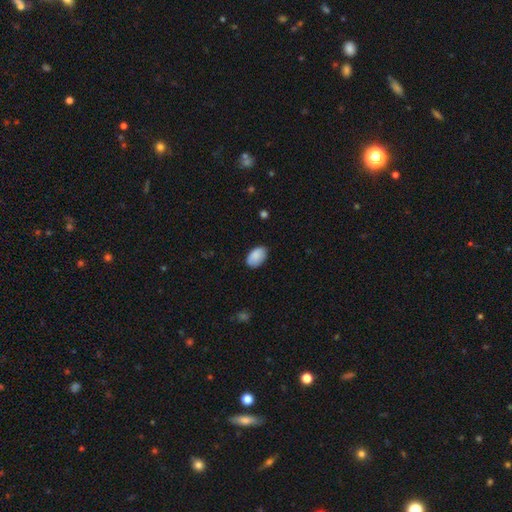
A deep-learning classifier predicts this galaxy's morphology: smooth 88%, star or artifact 6%, featured or disk 6%. Down the decision tree: how rounded — in between (92%); merging — none (79%).